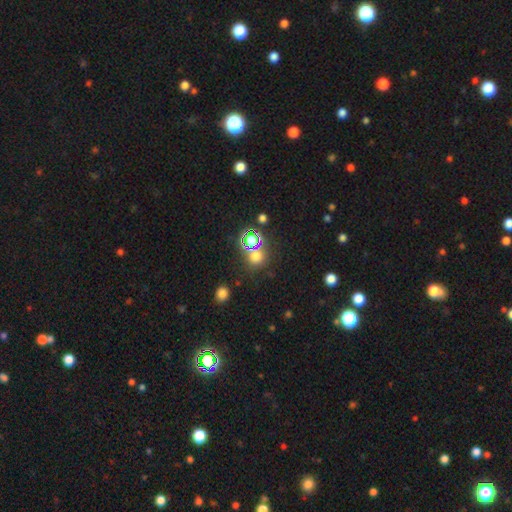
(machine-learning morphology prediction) A smooth galaxy with no disk features (56%) that is round (85%).

Vote fractions:
- Smooth or featured? smooth: 56% / star or artifact: 37% / featured or disk: 7%
- How rounded? round: 85% / in between: 13% / cigar-shaped: 1%
- Merging? none: 75% / merger: 11% / minor disturbance: 9% / major disturbance: 5%